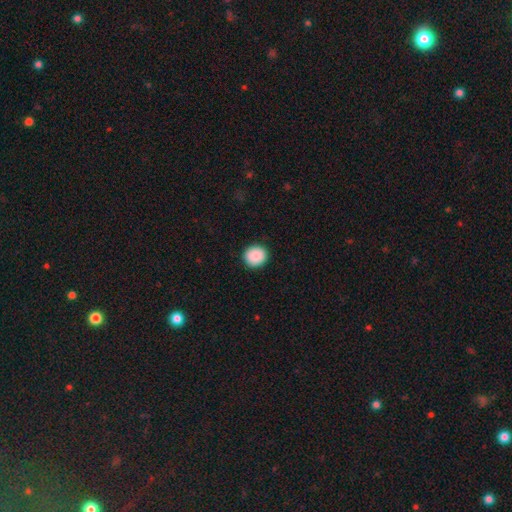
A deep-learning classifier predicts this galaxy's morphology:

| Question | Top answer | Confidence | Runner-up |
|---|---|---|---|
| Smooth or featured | smooth | 90% | star or artifact (7%) |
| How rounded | round | 88% | in between (11%) |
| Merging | none | 92% | minor disturbance (6%) |